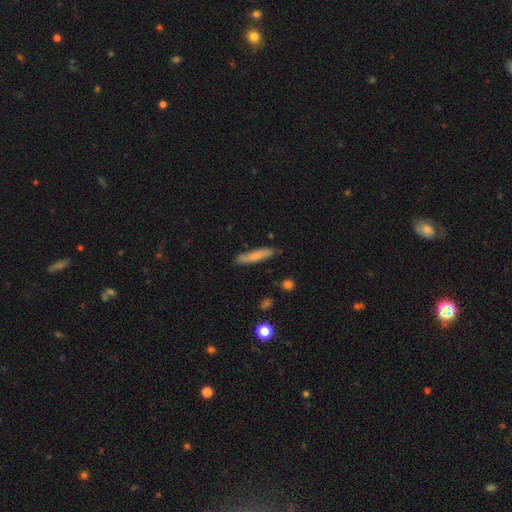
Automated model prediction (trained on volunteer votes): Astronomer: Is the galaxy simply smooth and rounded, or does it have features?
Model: smooth — 75%.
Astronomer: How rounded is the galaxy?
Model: cigar-shaped — 87%.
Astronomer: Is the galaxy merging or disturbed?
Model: none — 85%.